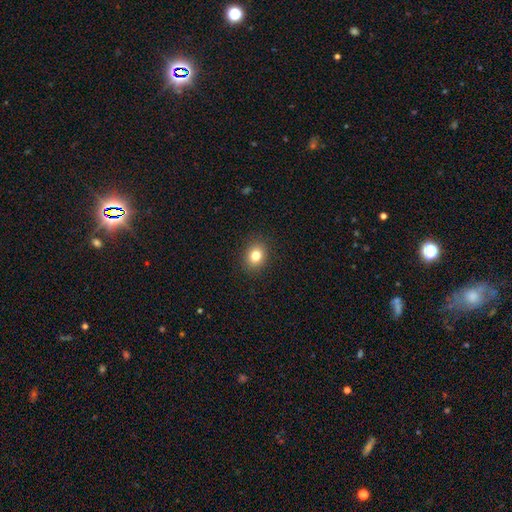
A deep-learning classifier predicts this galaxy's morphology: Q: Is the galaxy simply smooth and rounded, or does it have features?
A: smooth — 81%.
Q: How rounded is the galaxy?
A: round — 56%.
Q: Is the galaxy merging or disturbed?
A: none — 90%.